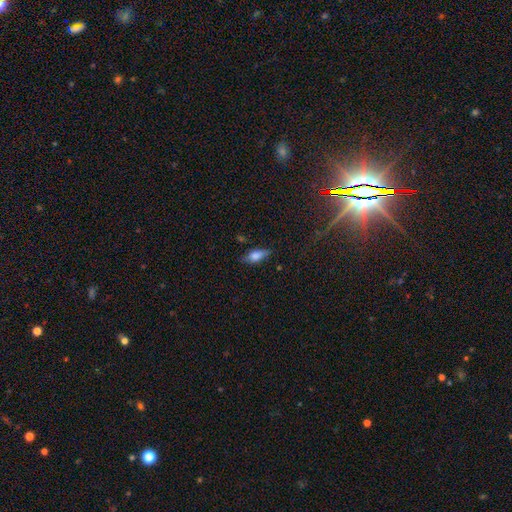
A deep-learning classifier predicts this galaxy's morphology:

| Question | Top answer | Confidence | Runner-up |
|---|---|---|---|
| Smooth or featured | smooth | 66% | featured or disk (26%) |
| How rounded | in between | 71% | cigar-shaped (25%) |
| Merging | none | 75% | minor disturbance (19%) |